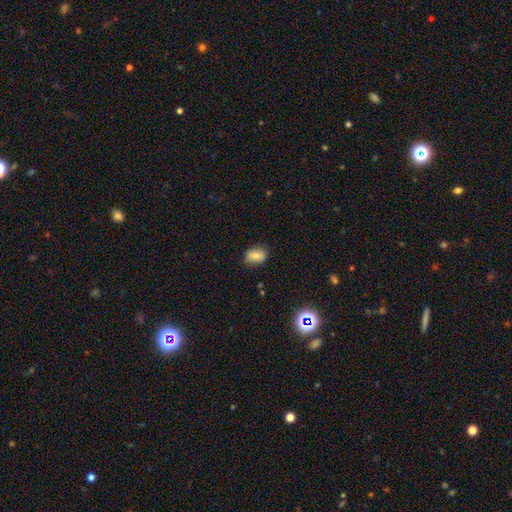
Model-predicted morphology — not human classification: A smooth galaxy with no disk features (75%) that is in between round and cigar-shaped (77%).

Vote fractions:
- Smooth or featured? smooth: 75% / featured or disk: 15% / star or artifact: 10%
- How rounded? in between: 77% / round: 21% / cigar-shaped: 2%
- Merging? none: 78% / minor disturbance: 18% / major disturbance: 3% / merger: 1%